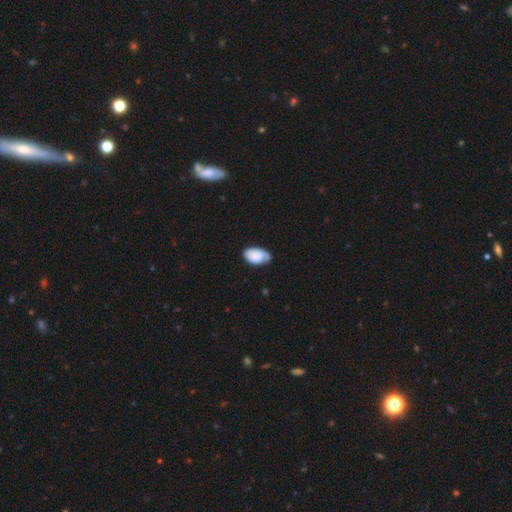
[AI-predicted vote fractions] A smooth galaxy with no disk features (81%) that is in between round and cigar-shaped (94%). Merging: none (60%).